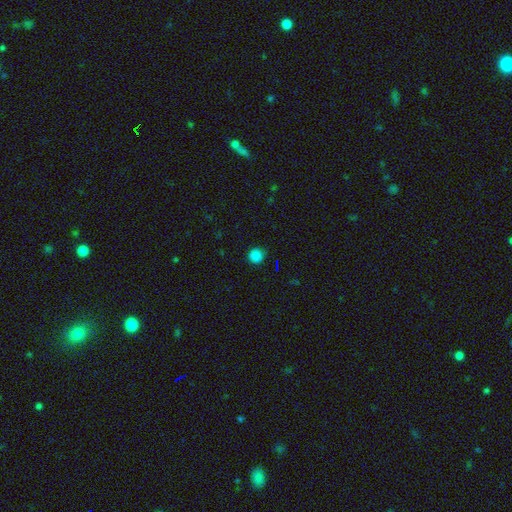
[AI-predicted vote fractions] Smooth or featured?
  - smooth: 83% *
  - star or artifact: 14%
  - featured or disk: 3%
How rounded?
  - round: 93% *
  - in between: 6%
  - cigar-shaped: 1%
Merging?
  - none: 88% *
  - minor disturbance: 9%
  - major disturbance: 2%
  - merger: 1%